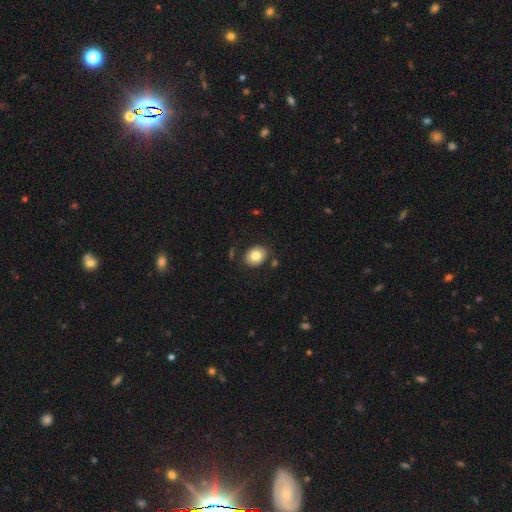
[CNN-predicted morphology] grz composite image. It shows a smooth galaxy with no disk features (81%) that is round (51%). Merging: none (85%).